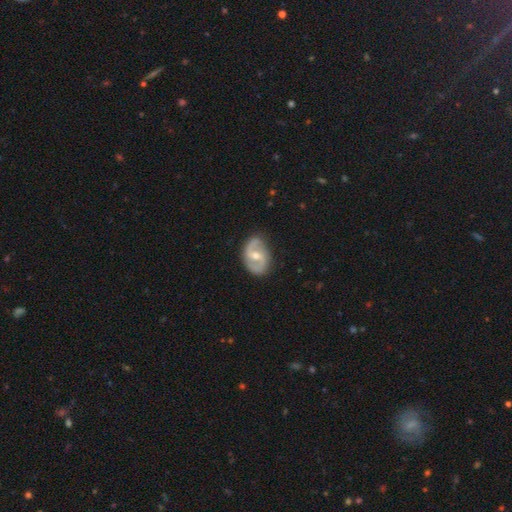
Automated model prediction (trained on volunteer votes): The model was most divided on "bar": weak: 50%, no: 33%, strong: 16%. More confident: edge-on disk — no (97%); spiral arms — yes (93%); spiral arm count — 2 (91%); smooth or featured — featured or disk (83%); merging — none (81%); bulge size — moderate (60%); spiral winding — medium (52%).